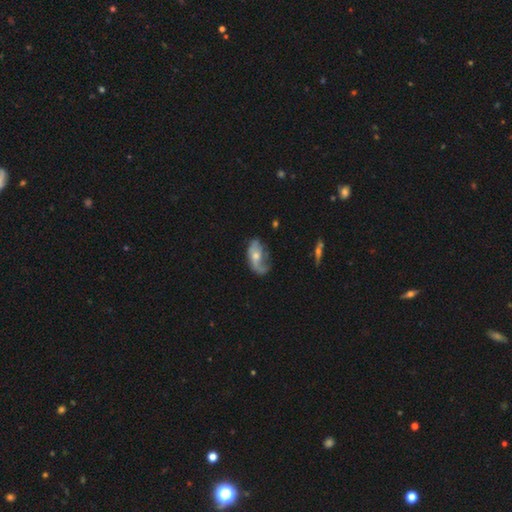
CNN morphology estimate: A featured or disk galaxy (60%) with no bar (70%), spiral arms (72%) and a moderate central bulge (56%).

Vote fractions:
- Smooth or featured? featured or disk: 60% / smooth: 33% / star or artifact: 7%
- Edge-on disk? no: 92% / yes: 8%
- Bar? no: 70% / weak: 25% / strong: 6%
- Spiral arms? yes: 72% / no: 28%
- Bulge size? moderate: 56% / small: 34% / large: 5% / none: 4% / dominant: 1%
- Merging? none: 40% / minor disturbance: 29% / major disturbance: 27% / merger: 3%